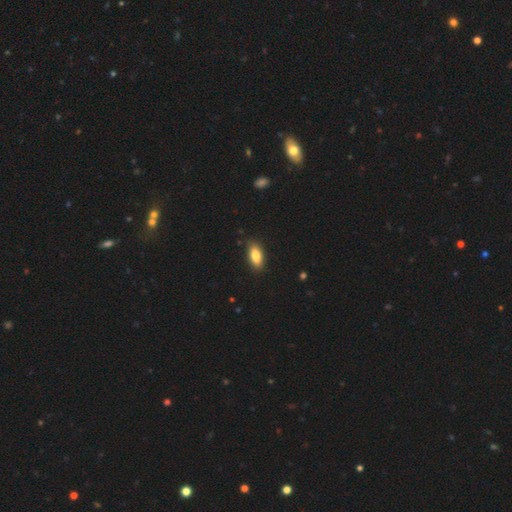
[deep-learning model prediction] Morphology: type=smooth (84%); roundness=in between (84%); merging=none (87%).